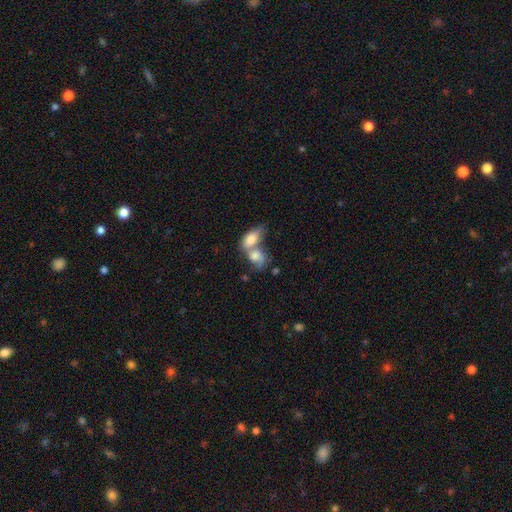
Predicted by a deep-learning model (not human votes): This is likely a smooth galaxy (64%). How rounded: likely in between (79%). Merging: likely merger (76%).